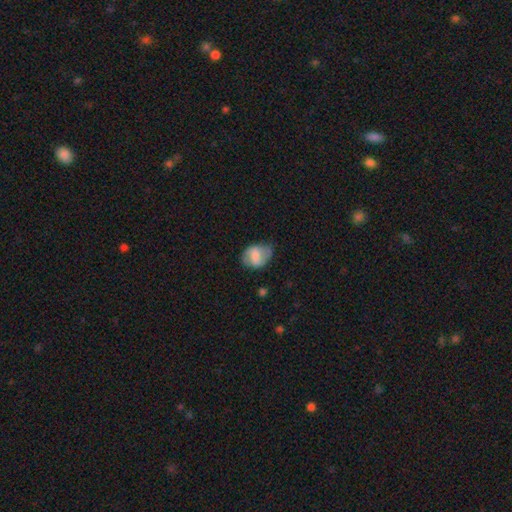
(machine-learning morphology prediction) Smooth or featured? smooth (54%)
How rounded? in between (67%)
Merging? none (52%)